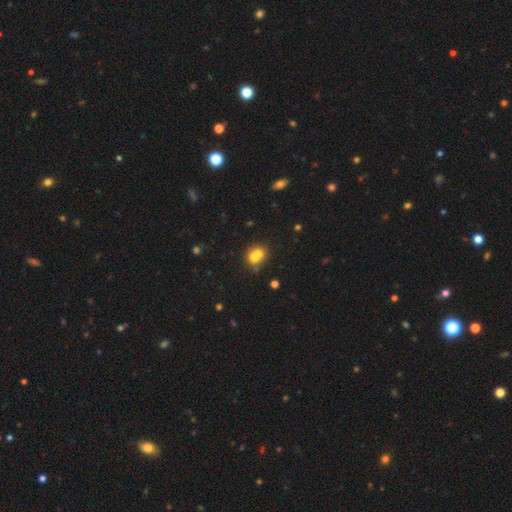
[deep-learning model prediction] Smooth or featured: smooth — 65% (featured or disk — 22%)
How rounded: round — 65% (in between — 34%)
Merging: merger — 64% (none — 27%)